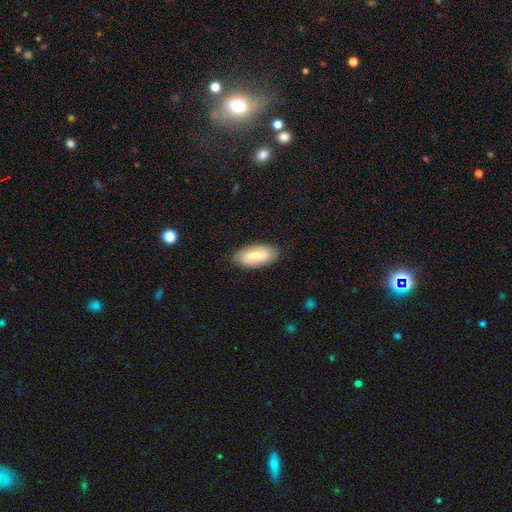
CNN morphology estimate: The model was most divided on "smooth or featured": smooth: 56%, featured or disk: 39%, star or artifact: 6%. More confident: how rounded — in between (89%); merging — none (86%).